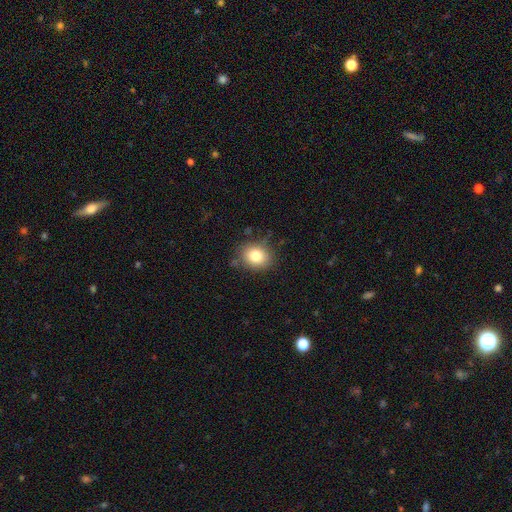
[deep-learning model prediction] A smooth galaxy with no disk features (81%) that is round (66%). Merging: none (81%).